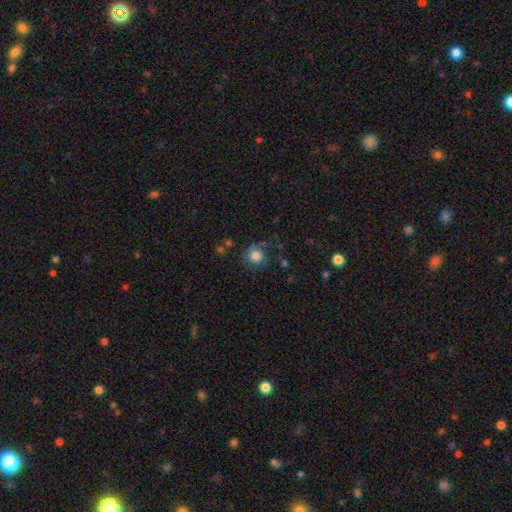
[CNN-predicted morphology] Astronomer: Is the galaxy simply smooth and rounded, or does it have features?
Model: smooth — 81%.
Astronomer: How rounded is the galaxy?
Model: round — 89%.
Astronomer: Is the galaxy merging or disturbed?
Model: none — 71%.